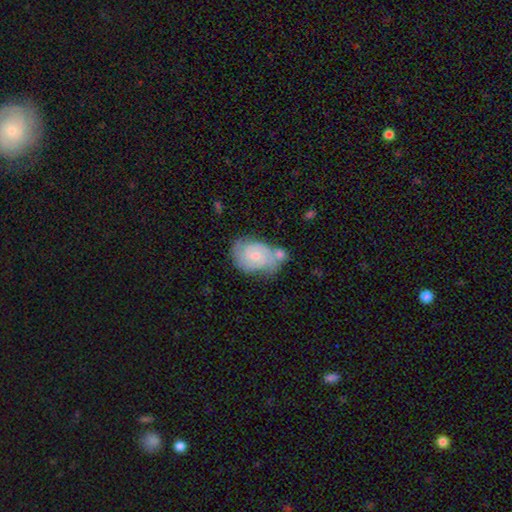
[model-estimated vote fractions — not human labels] A featured or disk galaxy (70%) with no bar (58%), 2 (63%) tight (56%) spiral arms (93%) and a small central bulge (58%). Merging: none (45%).